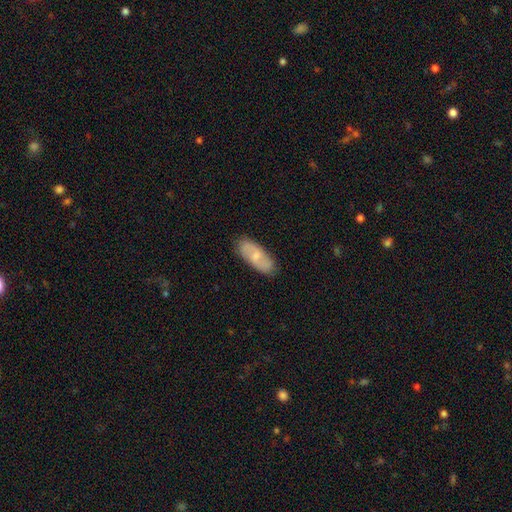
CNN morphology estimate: smooth_or_featured: smooth (p=0.47) [tied with: featured or disk p=0.47]
merging: none (p=0.84) [alt: minor disturbance p=0.12]